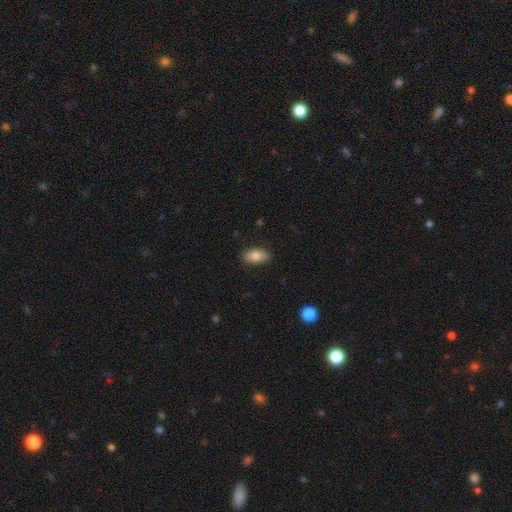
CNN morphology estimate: This appears to be a smooth galaxy with no disk features (77%) that is in between round and cigar-shaped (89%). Merging: none (85%).